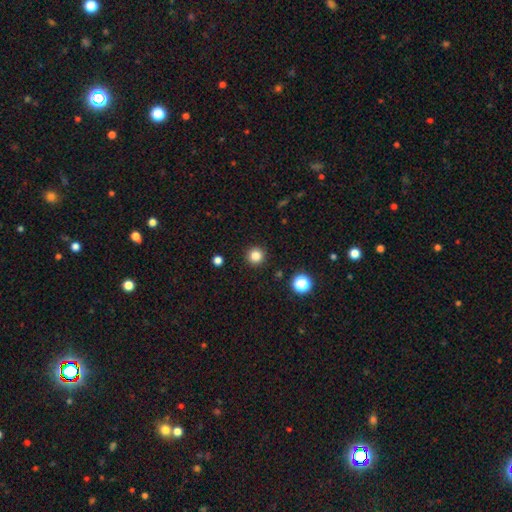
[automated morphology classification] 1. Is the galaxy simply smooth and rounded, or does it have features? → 84% smooth, 13% star or artifact, 4% featured or disk.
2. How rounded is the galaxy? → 95% round, 4% in between, 1% cigar-shaped.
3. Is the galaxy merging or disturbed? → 92% none, 5% minor disturbance, 2% major disturbance, 1% merger.